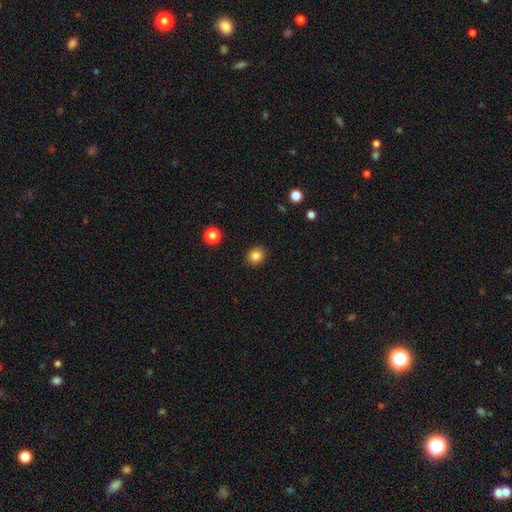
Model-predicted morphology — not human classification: The model was most divided on "how rounded": round: 73%, in between: 26%, cigar-shaped: 1%. More confident: merging — none (90%); smooth or featured — smooth (85%).